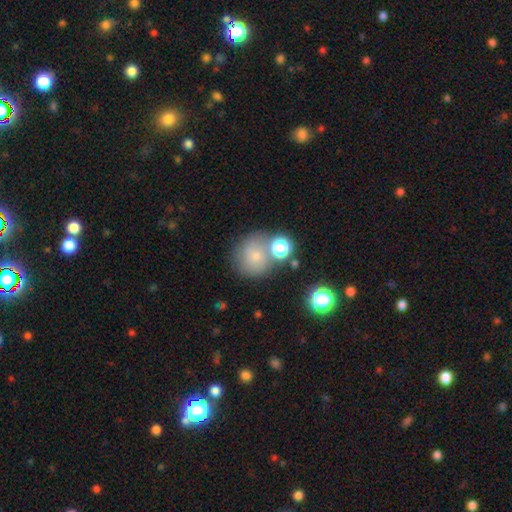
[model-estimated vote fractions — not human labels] A smooth galaxy with no disk features (70%) that is round (88%).

Vote fractions:
- Smooth or featured? smooth: 70% / featured or disk: 15% / star or artifact: 15%
- How rounded? round: 88% / in between: 11% / cigar-shaped: 1%
- Merging? none: 56% / merger: 24% / minor disturbance: 13% / major disturbance: 6%